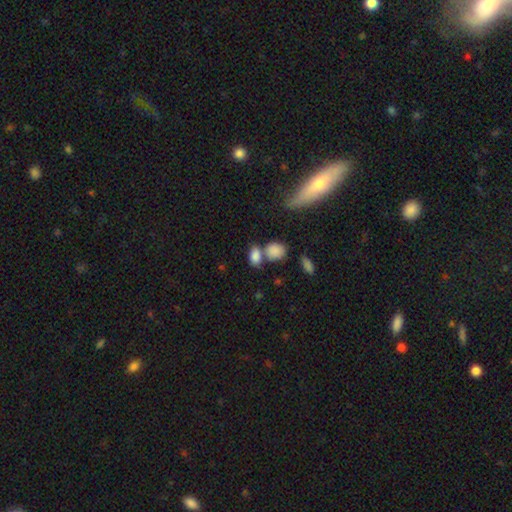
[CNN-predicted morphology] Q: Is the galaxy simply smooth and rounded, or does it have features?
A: smooth — 84%.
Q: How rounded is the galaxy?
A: in between — 82%.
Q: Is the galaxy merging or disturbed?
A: merger — 42%, tied with none.